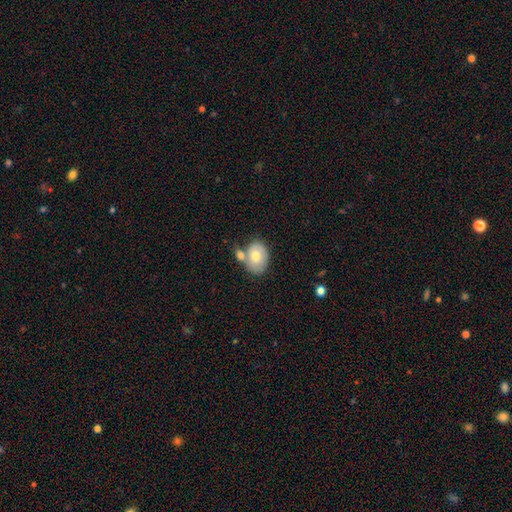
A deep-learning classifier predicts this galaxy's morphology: smooth 70%, featured or disk 23%, star or artifact 6%. Down the decision tree: how rounded — in between (73%); merging — none (42%).